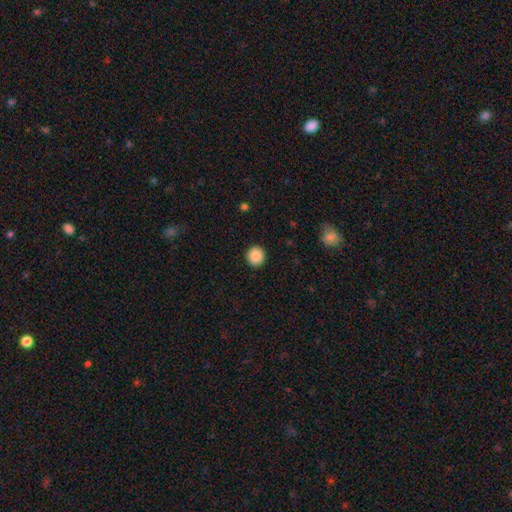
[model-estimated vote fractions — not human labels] A smooth galaxy with no disk features (88%) that is round (89%).

Vote fractions:
- Smooth or featured? smooth: 88% / star or artifact: 8% / featured or disk: 3%
- How rounded? round: 89% / in between: 10% / cigar-shaped: 1%
- Merging? none: 92% / minor disturbance: 5% / major disturbance: 2% / merger: 1%